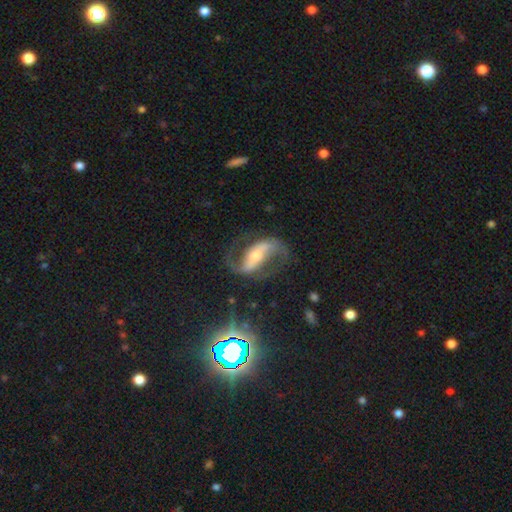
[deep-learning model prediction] Q: Smooth or featured?
A: featured or disk (85%); runner-up: star or artifact (8%)
Q: Edge-on disk?
A: no (95%); runner-up: yes (5%)
Q: Bar?
A: strong (57%); runner-up: weak (25%)
Q: Spiral arms?
A: yes (95%); runner-up: no (5%)
Q: Spiral winding?
A: loose (47%); runner-up: medium (42%)
Q: Spiral arm count?
A: 2 (92%); runner-up: can't tell (3%)
Q: Bulge size?
A: moderate (51%); runner-up: small (39%)
Q: Merging?
A: none (72%); runner-up: minor disturbance (14%)